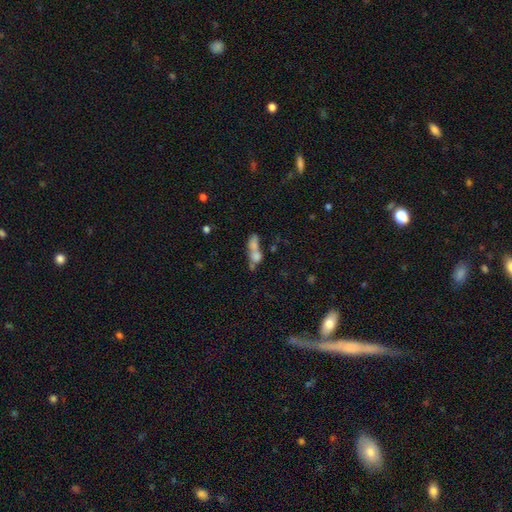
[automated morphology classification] The model was most divided on "how rounded": in between: 59%, round: 25%, cigar-shaped: 17%. More confident: merging — merger (65%); smooth or featured — smooth (62%).